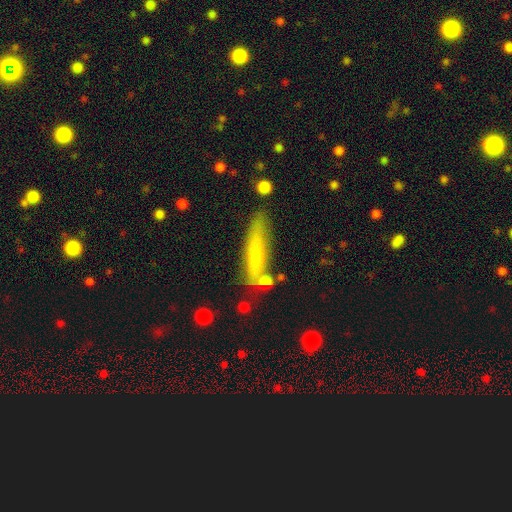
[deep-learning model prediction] The model was most divided on "smooth or featured": smooth: 61%, featured or disk: 31%, star or artifact: 7%. More confident: how rounded — cigar-shaped (82%); merging — none (70%).